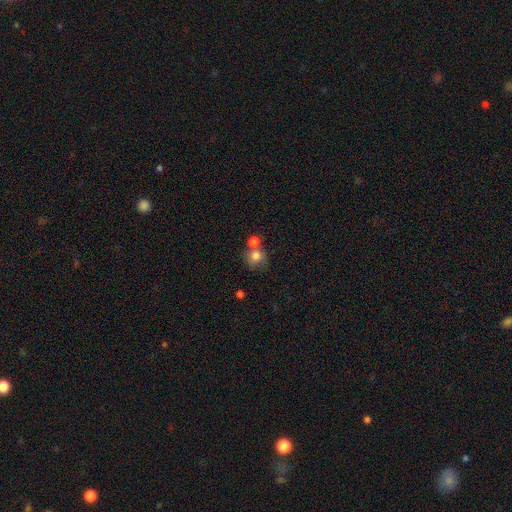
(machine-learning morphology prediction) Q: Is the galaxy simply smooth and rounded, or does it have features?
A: smooth — 80%.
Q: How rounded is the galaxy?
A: round — 85%.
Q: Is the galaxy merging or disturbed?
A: none — 50%.